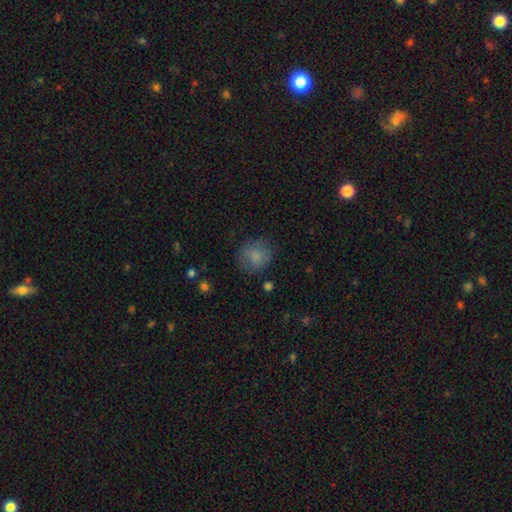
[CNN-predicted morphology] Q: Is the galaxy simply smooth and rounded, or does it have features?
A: smooth — 78%.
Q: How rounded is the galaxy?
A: round — 80%.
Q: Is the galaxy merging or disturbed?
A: none — 69%.